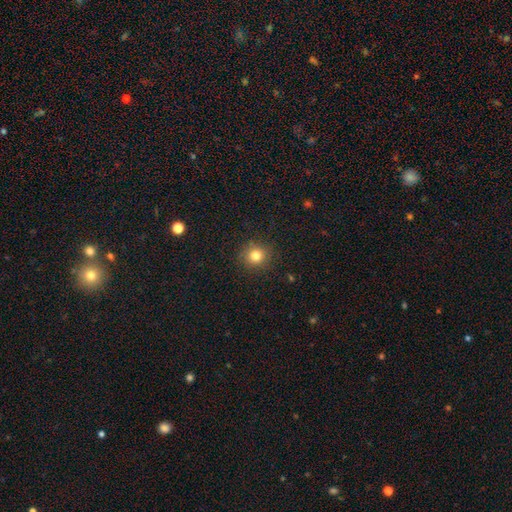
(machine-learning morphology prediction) Smooth or featured? smooth (81%)
How rounded? round (87%)
Merging? none (88%)